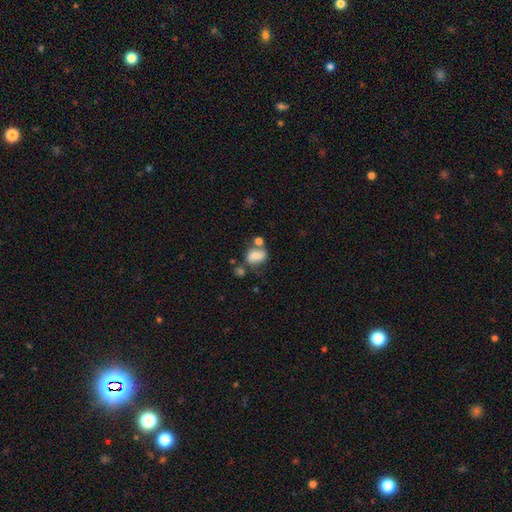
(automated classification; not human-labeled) Smooth or featured: smooth — 66% (featured or disk — 24%)
How rounded: in between — 72% (round — 27%)
Merging: none — 44% (merger — 26%)